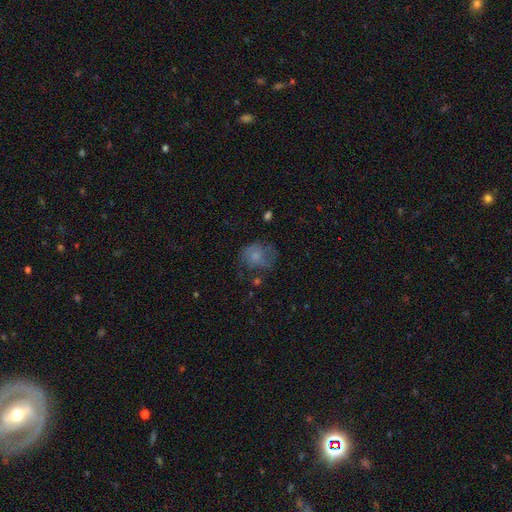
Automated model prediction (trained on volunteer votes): Morphology: type=smooth (60%); roundness=round (64%); merging=none (48%).